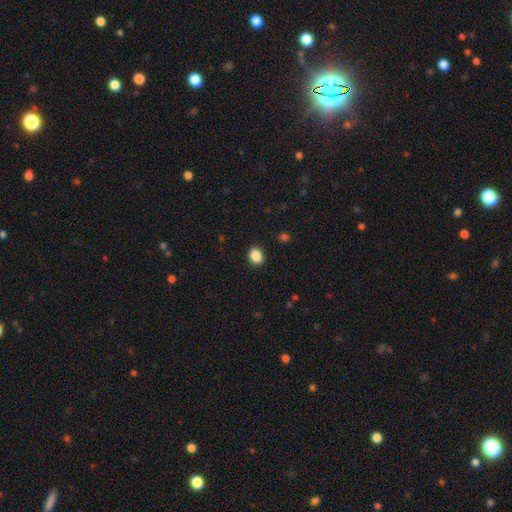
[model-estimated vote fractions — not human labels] Smooth or featured?
  - smooth: 88% *
  - star or artifact: 9%
  - featured or disk: 3%
How rounded?
  - in between: 63% *
  - round: 36%
  - cigar-shaped: 1%
Merging?
  - none: 90% *
  - minor disturbance: 7%
  - major disturbance: 2%
  - merger: 1%